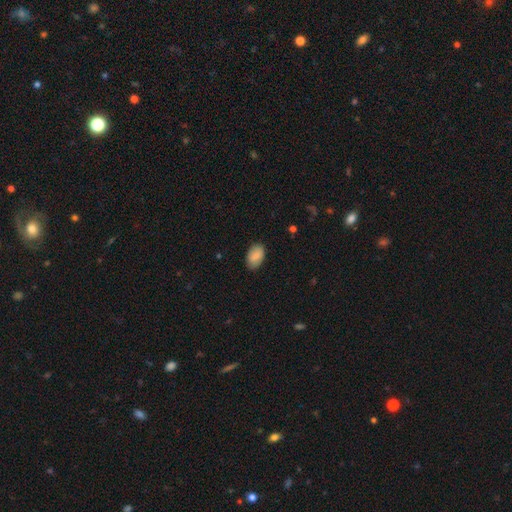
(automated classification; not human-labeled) A smooth galaxy with no disk features (86%) that is in between round and cigar-shaped (92%).

Vote fractions:
- Smooth or featured? smooth: 86% / featured or disk: 7% / star or artifact: 7%
- How rounded? in between: 92% / round: 6% / cigar-shaped: 1%
- Merging? none: 83% / minor disturbance: 13% / major disturbance: 3% / merger: 1%